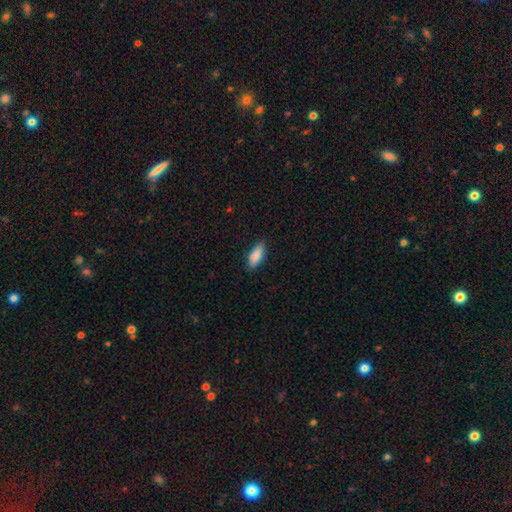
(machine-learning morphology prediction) Smooth or featured? smooth (86%)
How rounded? in between (74%)
Merging? none (81%)